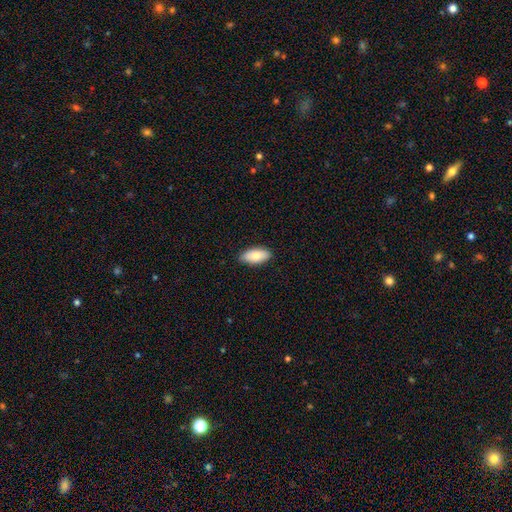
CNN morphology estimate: Smooth or featured? smooth (80%)
How rounded? in between (90%)
Merging? none (87%)